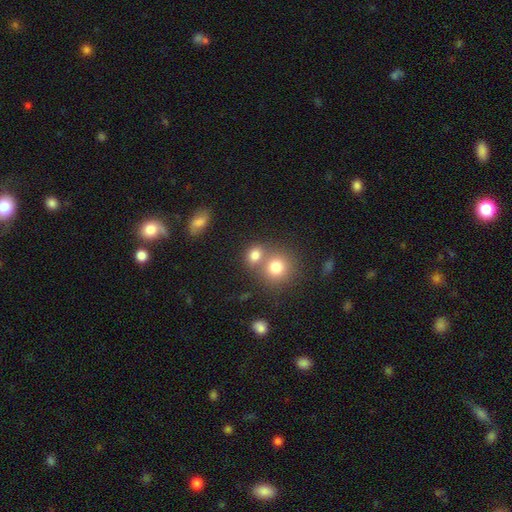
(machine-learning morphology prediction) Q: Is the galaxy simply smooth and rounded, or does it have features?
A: smooth — 77%.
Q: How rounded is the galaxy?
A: round — 73%.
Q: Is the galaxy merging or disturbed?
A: none — 46%.